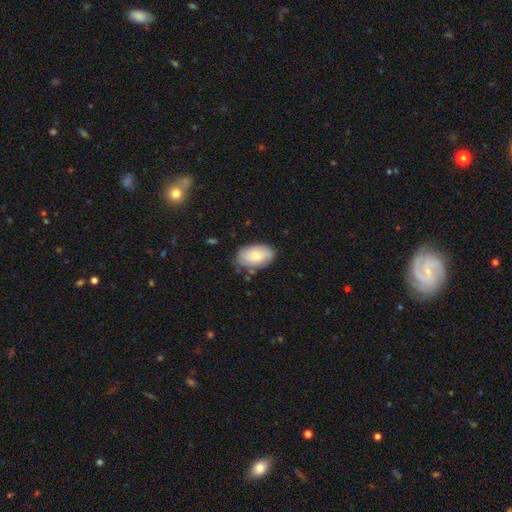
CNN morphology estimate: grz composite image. It shows a smooth galaxy with no disk features (67%) that is in between round and cigar-shaped (93%). Merging: none (73%).